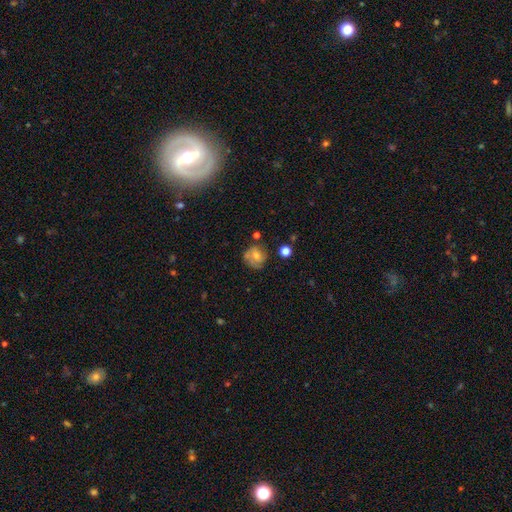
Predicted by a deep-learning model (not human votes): This is possibly a smooth galaxy (49%). Merging: likely none (63%).